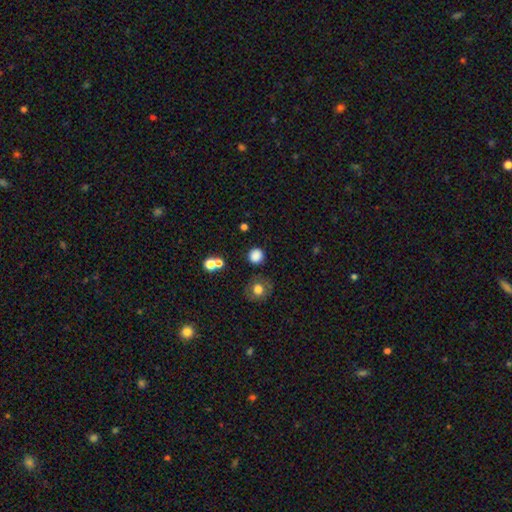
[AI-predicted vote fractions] Smooth or featured? Predicted: smooth (p=0.82). How rounded? Predicted: round (p=0.92). Merging? Predicted: none (p=0.83).